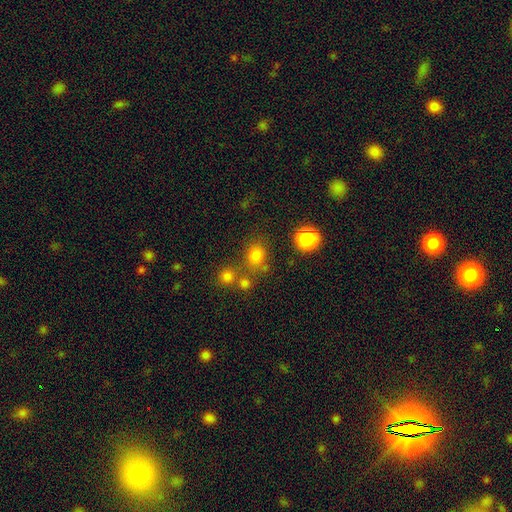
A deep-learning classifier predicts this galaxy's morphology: type=smooth (76%); roundness=round (70%); merging=none (65%).